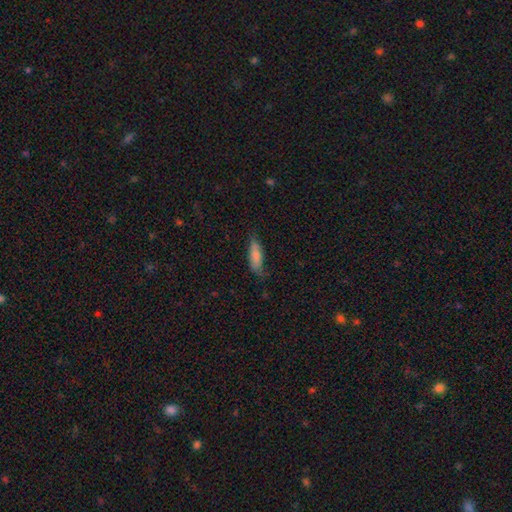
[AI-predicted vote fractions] Smooth or featured? smooth (79%)
How rounded? in between (56%)
Merging? none (64%)